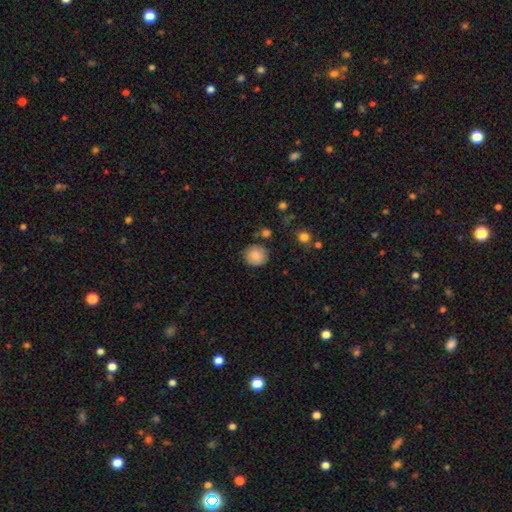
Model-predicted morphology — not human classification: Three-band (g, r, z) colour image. It shows a smooth galaxy with no disk features (86%) that is round (91%). Merging: none (85%).